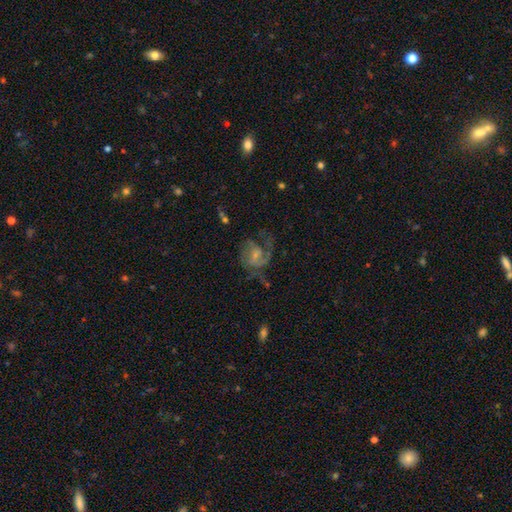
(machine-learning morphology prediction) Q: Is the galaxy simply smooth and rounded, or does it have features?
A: featured or disk — 76%.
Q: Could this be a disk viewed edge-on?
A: no — 98%.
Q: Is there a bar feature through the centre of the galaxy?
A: no — 49%.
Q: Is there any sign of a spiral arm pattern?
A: yes — 87%.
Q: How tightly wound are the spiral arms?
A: medium — 48%.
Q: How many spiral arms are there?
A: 2 — 45%.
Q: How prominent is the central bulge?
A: small — 61%.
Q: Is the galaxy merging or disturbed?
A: none — 42%.